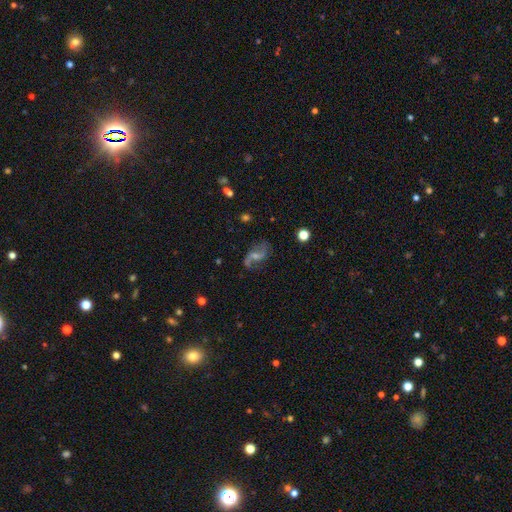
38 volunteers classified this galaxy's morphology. A featured or disk galaxy (79%) with a weak bar (39%), 2 (81%) loose (54%) spiral arms (93%) and a small central bulge (46%). Merging: none (58%).